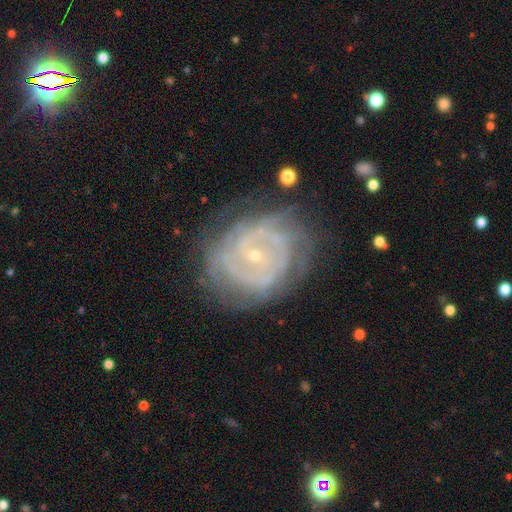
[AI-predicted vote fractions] smooth_or_featured: featured or disk (p=0.86) [alt: smooth p=0.08]
disk_edge_on: no (p=0.97) [alt: yes p=0.03]
bar: no (p=0.63) [alt: weak p=0.28]
has_spiral_arms: yes (p=0.93) [alt: no p=0.07]
spiral_winding: tight (p=0.74) [alt: medium p=0.22]
spiral_arm_count: can't tell (p=0.35) [alt: 2 p=0.25]
bulge_size: small (p=0.83) [alt: moderate p=0.14]
merging: none (p=0.71) [alt: minor disturbance p=0.19]